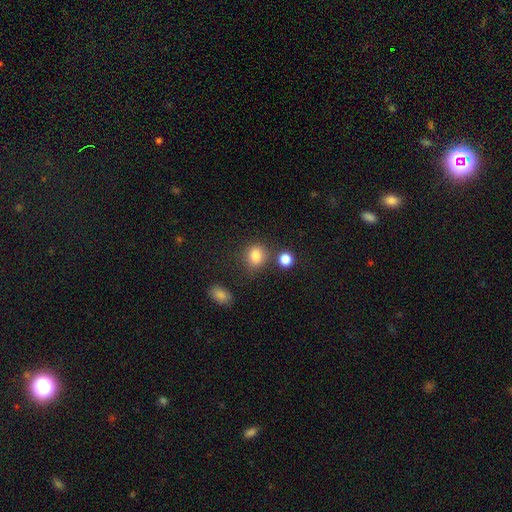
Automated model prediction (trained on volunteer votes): A smooth galaxy with no disk features (83%) that is round (70%). Merging: none (71%).